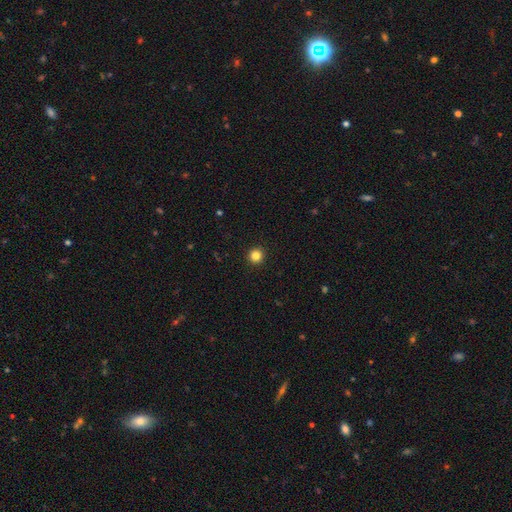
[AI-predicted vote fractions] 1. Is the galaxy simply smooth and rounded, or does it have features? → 83% smooth, 12% star or artifact, 4% featured or disk.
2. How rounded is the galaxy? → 95% round, 4% in between, 1% cigar-shaped.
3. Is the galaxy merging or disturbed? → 94% none, 4% minor disturbance, 1% major disturbance, 1% merger.